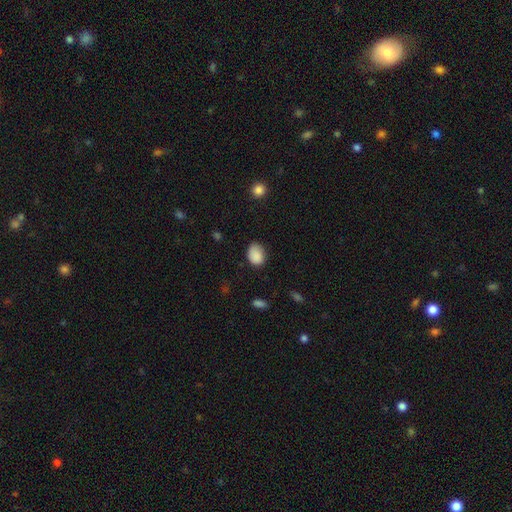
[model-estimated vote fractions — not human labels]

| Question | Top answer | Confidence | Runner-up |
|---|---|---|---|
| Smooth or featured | smooth | 88% | star or artifact (8%) |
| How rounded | in between | 72% | round (27%) |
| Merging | none | 72% | minor disturbance (22%) |